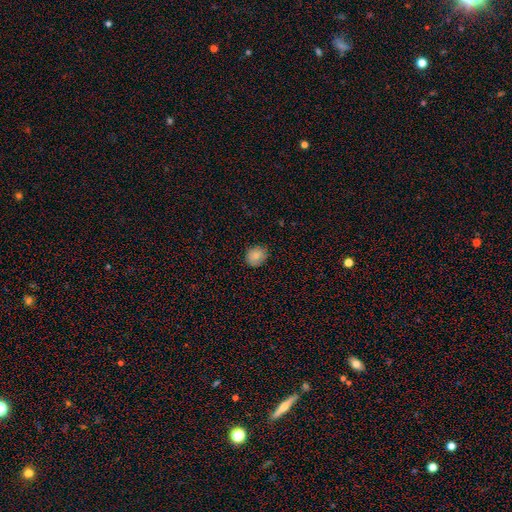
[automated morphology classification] Smooth or featured? Predicted: smooth (p=0.82). How rounded? Predicted: round (p=0.65). Merging? Predicted: none (p=0.80).